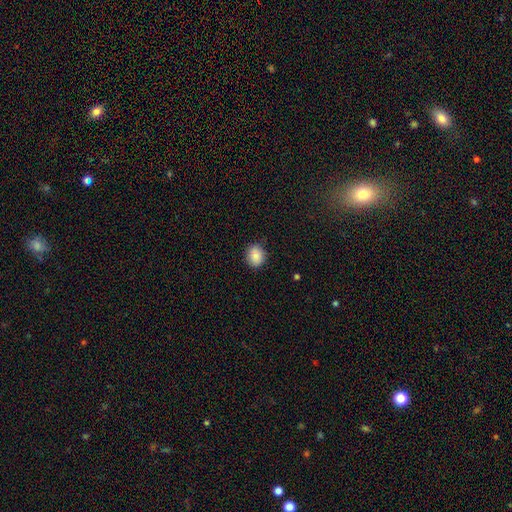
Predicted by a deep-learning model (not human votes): smooth 87%, star or artifact 8%, featured or disk 5%. Down the decision tree: how rounded — round (62%); merging — none (86%).